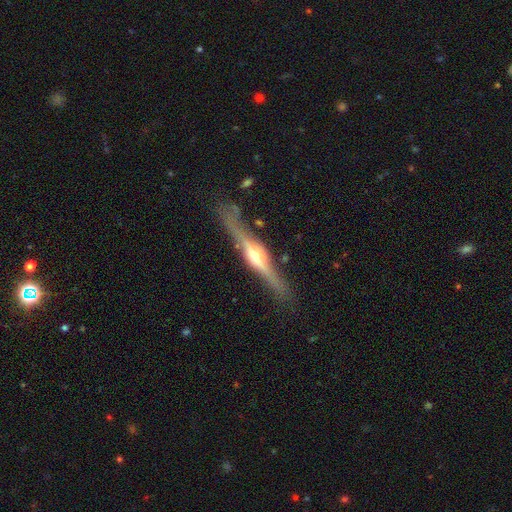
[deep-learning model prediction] This appears to be a featured or disk galaxy (84%) viewed edge-on (97%) with a rounded central bulge (88%). Merging: none (81%).